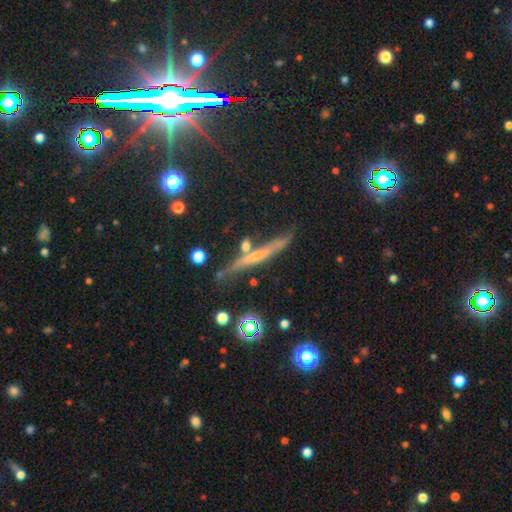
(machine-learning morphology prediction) A featured or disk galaxy (55%) viewed edge-on (93%) with no central bulge (53%).

Vote fractions:
- Smooth or featured? featured or disk: 55% / smooth: 30% / star or artifact: 15%
- Edge-on disk? yes: 93% / no: 7%
- Edge-on bulge? none: 53% / rounded: 40% / boxy: 7%
- Merging? none: 77% / minor disturbance: 13% / merger: 6% / major disturbance: 3%